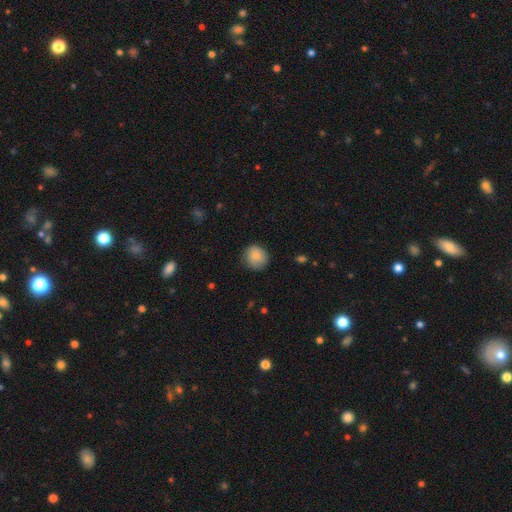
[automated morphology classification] This is clearly a smooth galaxy (84%). How rounded: clearly round (87%). Merging: clearly none (80%).